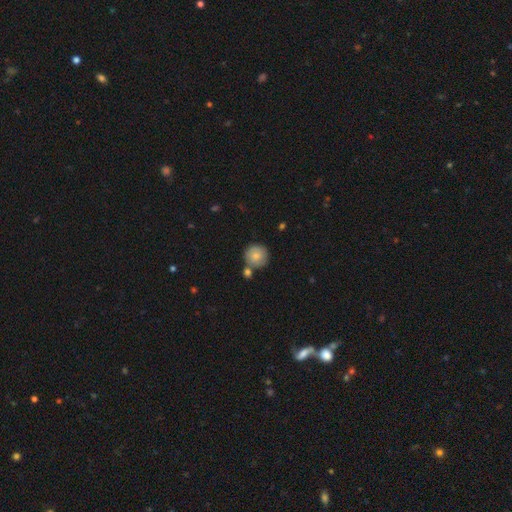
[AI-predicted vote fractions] Smooth or featured?
  - smooth: 77% *
  - featured or disk: 16%
  - star or artifact: 7%
How rounded?
  - round: 93% *
  - in between: 6%
  - cigar-shaped: 1%
Merging?
  - none: 67% *
  - merger: 17%
  - minor disturbance: 12%
  - major disturbance: 3%